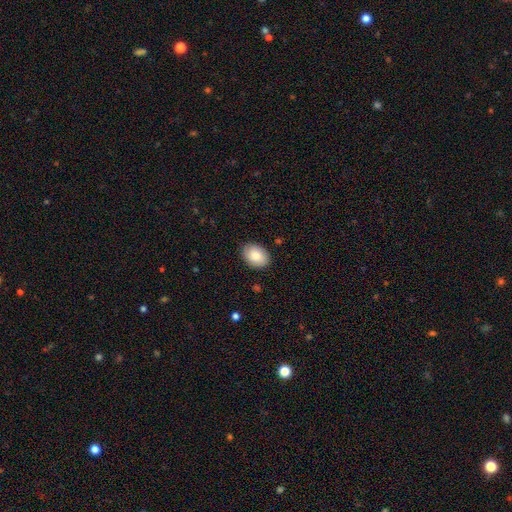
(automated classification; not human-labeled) smooth-or-featured: smooth: 84% | featured or disk: 9% | star or artifact: 6%
  how-rounded: in between: 78% | round: 21% | cigar-shaped: 1%
  merging: none: 86% | minor disturbance: 11% | major disturbance: 2% | merger: 1%